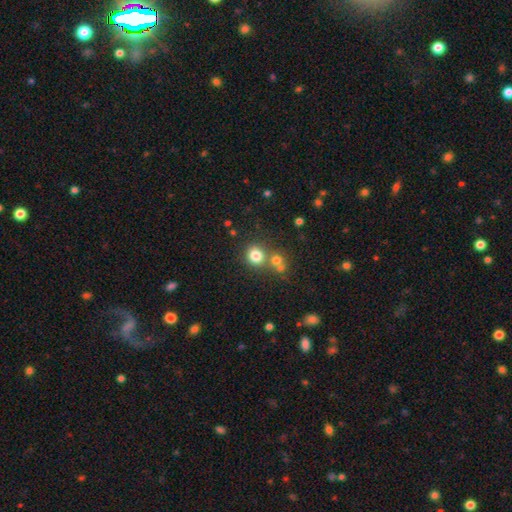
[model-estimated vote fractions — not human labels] Smooth or featured? Predicted: smooth (p=0.79). How rounded? Predicted: round (p=0.83). Merging? Predicted: none (p=0.61).